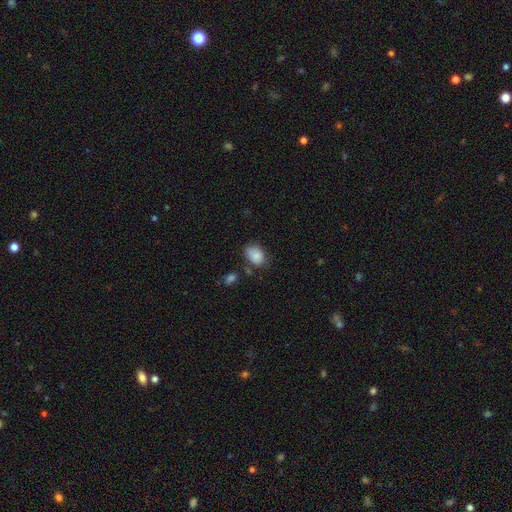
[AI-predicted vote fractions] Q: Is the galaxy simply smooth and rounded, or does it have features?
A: smooth — 84%.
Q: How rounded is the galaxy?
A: in between — 75%.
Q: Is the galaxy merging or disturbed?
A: none — 62%.